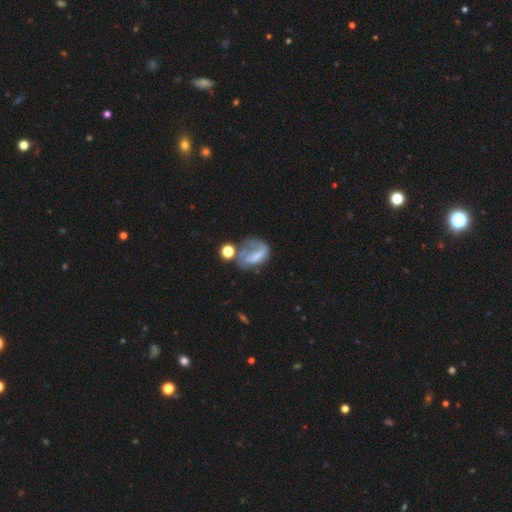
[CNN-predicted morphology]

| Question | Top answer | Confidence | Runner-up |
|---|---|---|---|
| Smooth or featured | featured or disk | 53% | smooth (36%) |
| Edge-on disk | no | 96% | yes (4%) |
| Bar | no | 45% | weak (31%) |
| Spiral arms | yes | 53% | no (47%) |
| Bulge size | none | 55% | small (21%) |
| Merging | major disturbance | 40% | none (26%) |